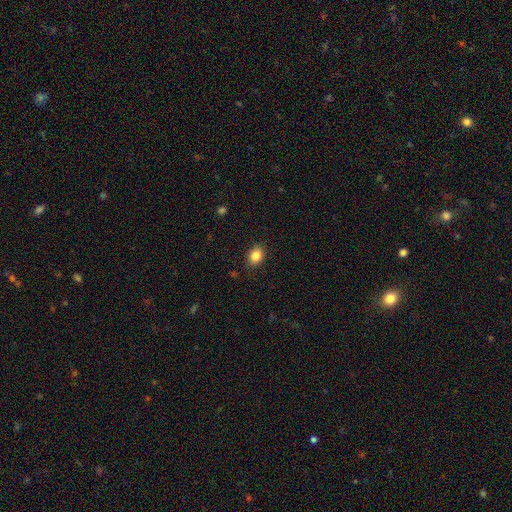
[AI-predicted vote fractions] A smooth galaxy with no disk features (86%) that is in between round and cigar-shaped (54%).

Vote fractions:
- Smooth or featured? smooth: 86% / star or artifact: 10% / featured or disk: 5%
- How rounded? in between: 54% / round: 45% / cigar-shaped: 1%
- Merging? none: 85% / minor disturbance: 11% / major disturbance: 3% / merger: 1%